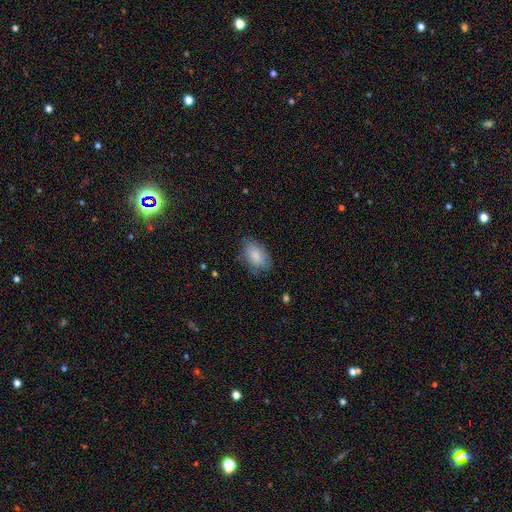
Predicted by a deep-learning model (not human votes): A smooth galaxy with no disk features (82%) that is in between round and cigar-shaped (91%).

Vote fractions:
- Smooth or featured? smooth: 82% / featured or disk: 11% / star or artifact: 7%
- How rounded? in between: 91% / round: 7% / cigar-shaped: 2%
- Merging? none: 72% / minor disturbance: 22% / major disturbance: 5% / merger: 1%